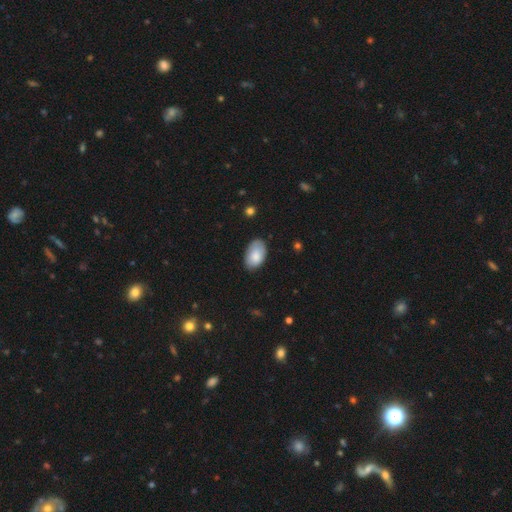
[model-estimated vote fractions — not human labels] Smooth or featured? smooth (82%)
How rounded? in between (94%)
Merging? none (74%)